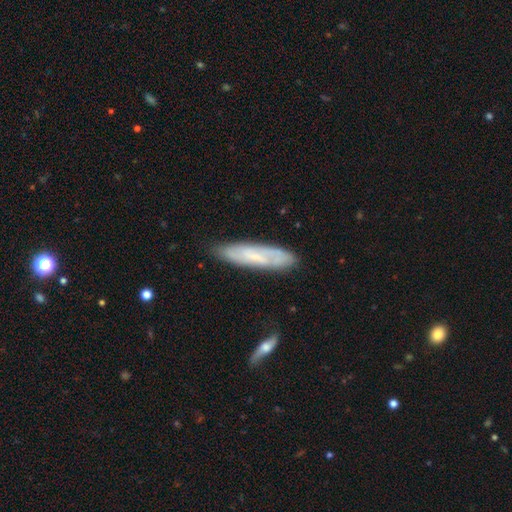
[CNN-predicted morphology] Smooth or featured: smooth — 47% (featured or disk — 46%)
Merging: none — 76% (minor disturbance — 18%)